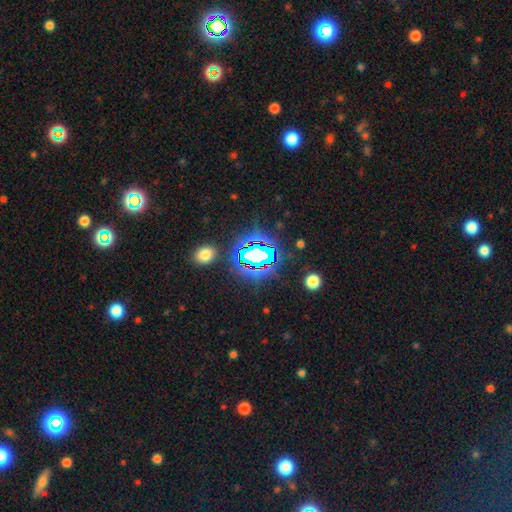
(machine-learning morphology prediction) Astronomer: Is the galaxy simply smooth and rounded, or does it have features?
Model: star or artifact — 72%.